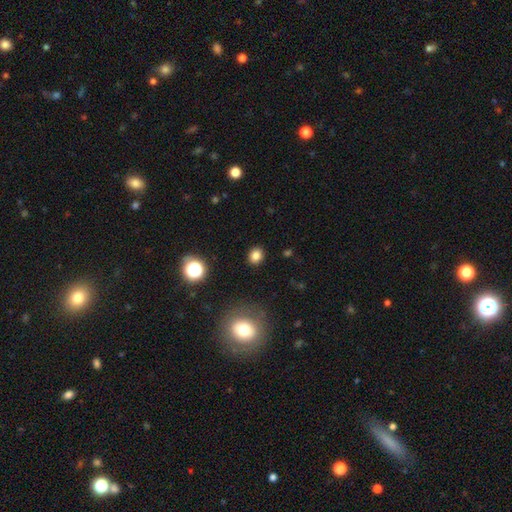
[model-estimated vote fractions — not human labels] This is clearly a smooth galaxy (82%). How rounded: likely round (67%). Merging: clearly none (90%).